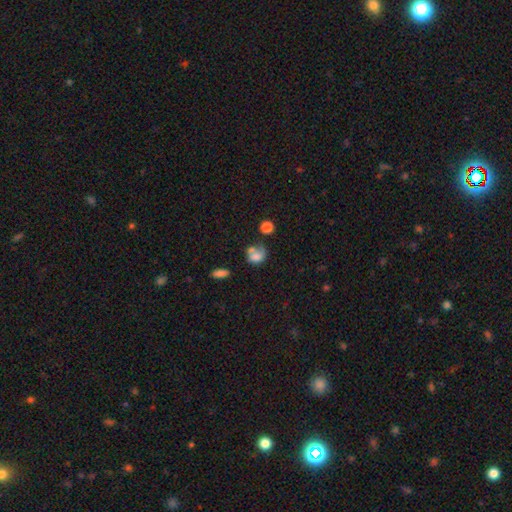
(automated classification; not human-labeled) Smooth or featured? Predicted: smooth (p=0.69). How rounded? Predicted: in between (p=0.53). Merging? Predicted: merger (p=0.32).